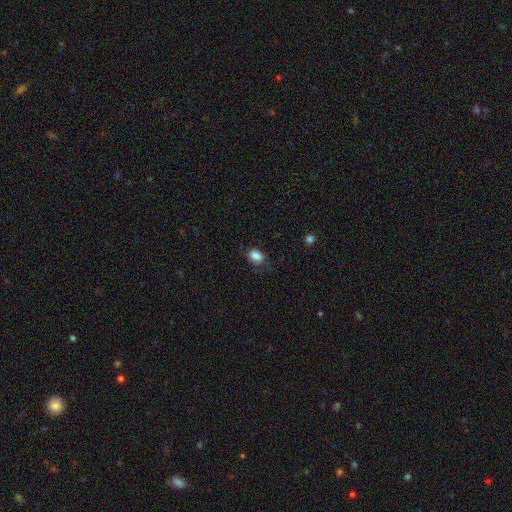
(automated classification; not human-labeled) This is clearly a smooth galaxy (85%). How rounded: likely in between (74%). Merging: likely none (68%).